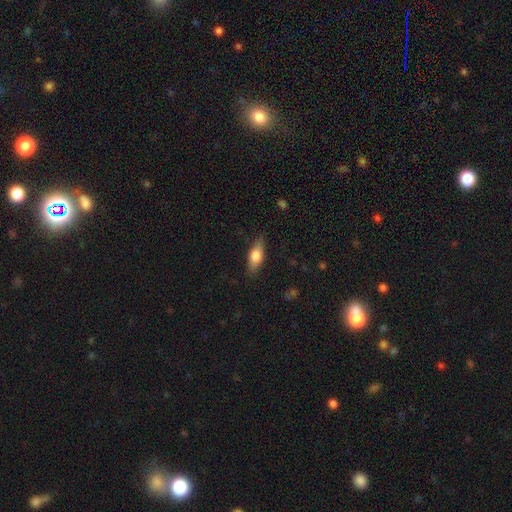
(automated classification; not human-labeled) Smooth or featured: smooth — 66% (featured or disk — 28%)
How rounded: in between — 70% (cigar-shaped — 26%)
Merging: none — 83% (minor disturbance — 13%)